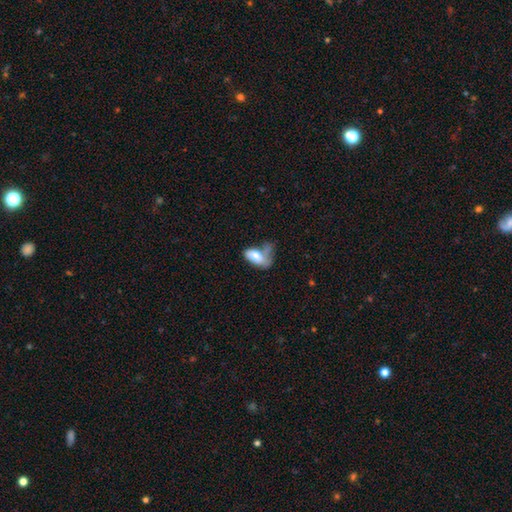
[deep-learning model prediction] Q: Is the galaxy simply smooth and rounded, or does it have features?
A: smooth — 66%.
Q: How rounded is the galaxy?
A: in between — 90%.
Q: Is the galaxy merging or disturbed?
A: major disturbance — 40%.